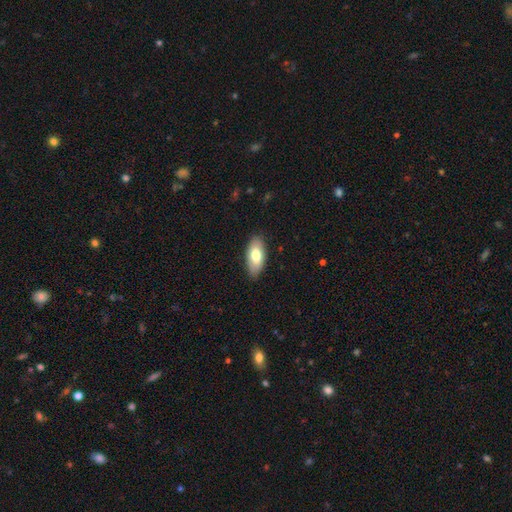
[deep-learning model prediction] Smooth or featured? Predicted: smooth (p=0.72). How rounded? Predicted: in between (p=0.90). Merging? Predicted: none (p=0.86).